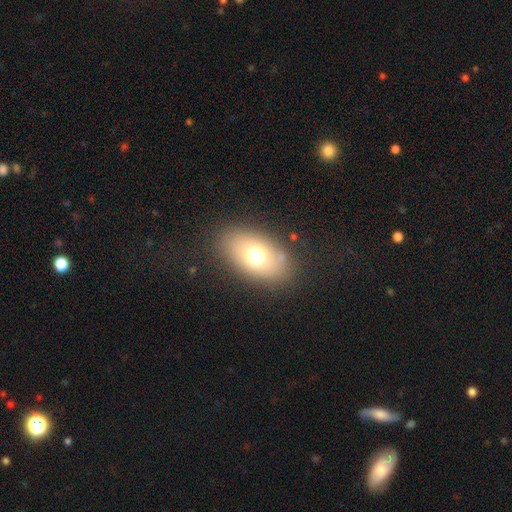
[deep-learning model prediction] Q: Smooth or featured?
A: smooth (64%); runner-up: featured or disk (22%)
Q: How rounded?
A: in between (81%); runner-up: round (17%)
Q: Merging?
A: none (82%); runner-up: minor disturbance (11%)